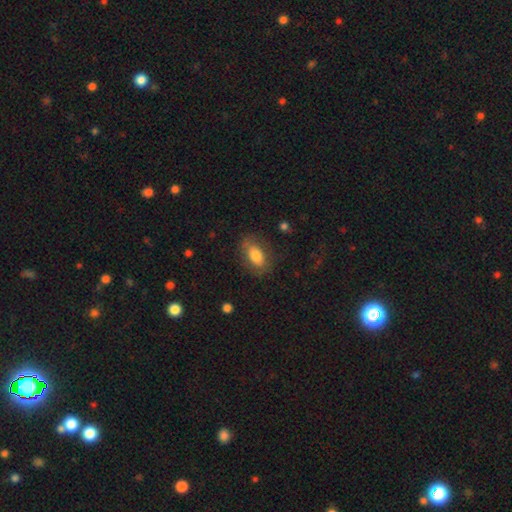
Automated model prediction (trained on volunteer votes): Smooth or featured? smooth (72%)
How rounded? in between (89%)
Merging? none (74%)